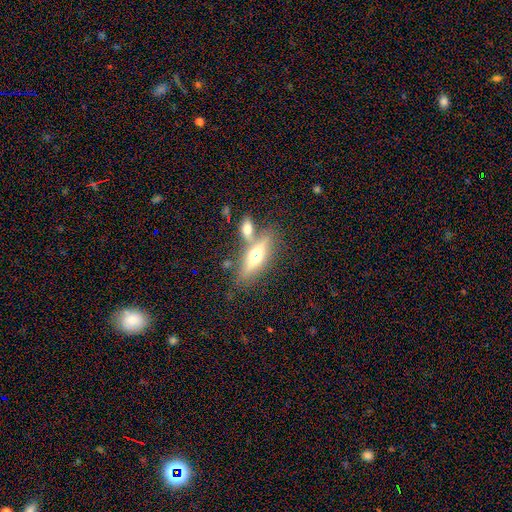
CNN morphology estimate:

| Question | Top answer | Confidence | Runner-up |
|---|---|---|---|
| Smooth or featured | featured or disk | 57% | smooth (34%) |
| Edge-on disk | yes | 84% | no (16%) |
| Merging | none | 54% | merger (29%) |